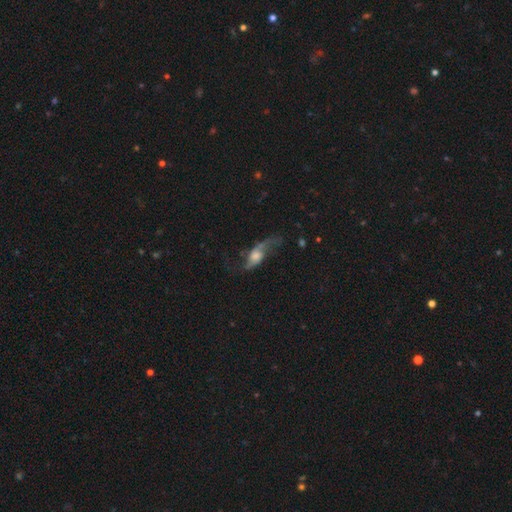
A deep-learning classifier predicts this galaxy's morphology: Smooth or featured: featured or disk — 69% (smooth — 22%)
Edge-on disk: no — 86% (yes — 14%)
Bar: no — 62% (weak — 30%)
Spiral arms: yes — 89% (no — 11%)
Spiral winding: loose — 83% (medium — 14%)
Spiral arm count: 2 — 85% (1 — 8%)
Bulge size: moderate — 38% (large — 26%)
Merging: none — 47% (major disturbance — 29%)